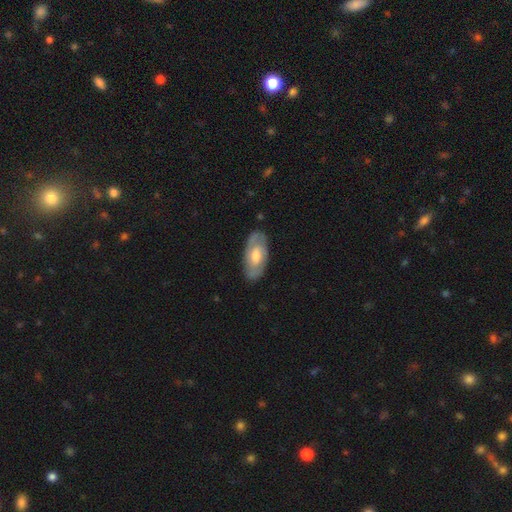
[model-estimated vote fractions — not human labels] This is possibly a featured or disk galaxy (52%). It is clearly not viewed edge-on (88%). Merging: clearly none (82%).